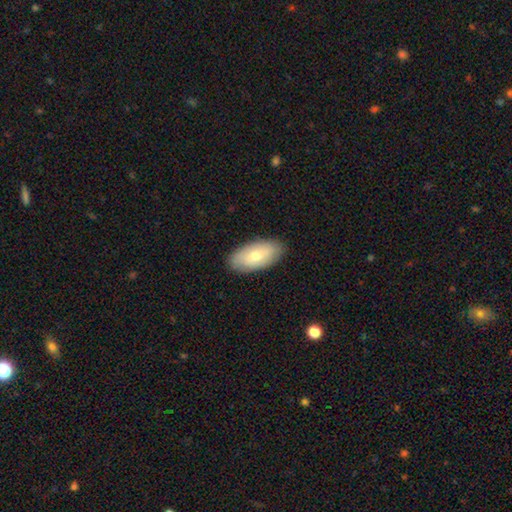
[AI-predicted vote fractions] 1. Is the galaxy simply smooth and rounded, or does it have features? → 71% smooth, 23% featured or disk, 6% star or artifact.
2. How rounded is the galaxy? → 92% in between, 5% cigar-shaped, 3% round.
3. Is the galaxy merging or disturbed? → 87% none, 10% minor disturbance, 2% major disturbance, 1% merger.